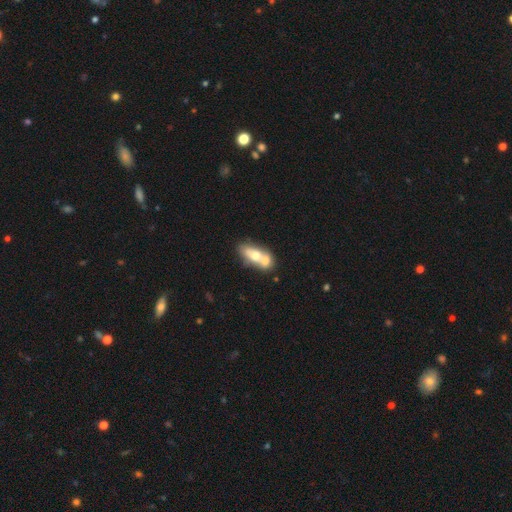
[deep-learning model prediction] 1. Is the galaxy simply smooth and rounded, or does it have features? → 59% smooth, 34% featured or disk, 7% star or artifact.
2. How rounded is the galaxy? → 76% in between, 14% cigar-shaped, 10% round.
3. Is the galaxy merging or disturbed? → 60% merger, 26% none, 10% minor disturbance, 5% major disturbance.